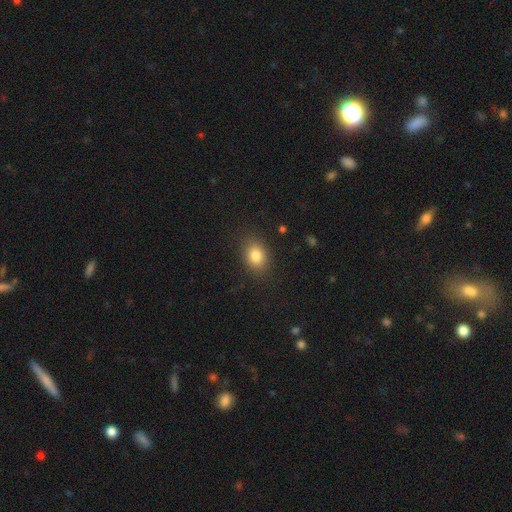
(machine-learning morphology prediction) smooth-or-featured: smooth: 83% | star or artifact: 9% | featured or disk: 8%
  how-rounded: in between: 71% | round: 28% | cigar-shaped: 1%
  merging: none: 85% | minor disturbance: 11% | major disturbance: 3% | merger: 1%